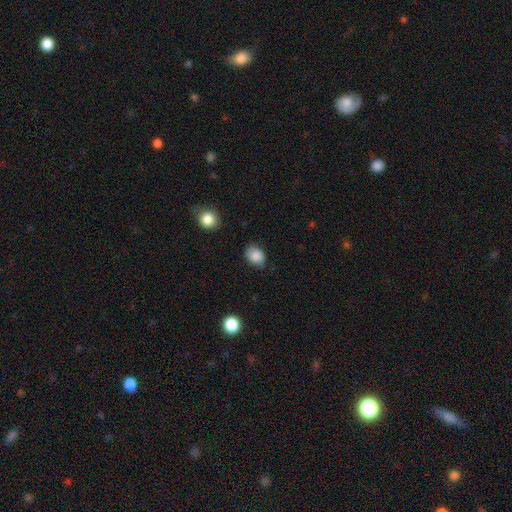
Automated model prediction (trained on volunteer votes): This appears to be a smooth galaxy with no disk features (86%) that is in between round and cigar-shaped (57%). Merging: none (70%).